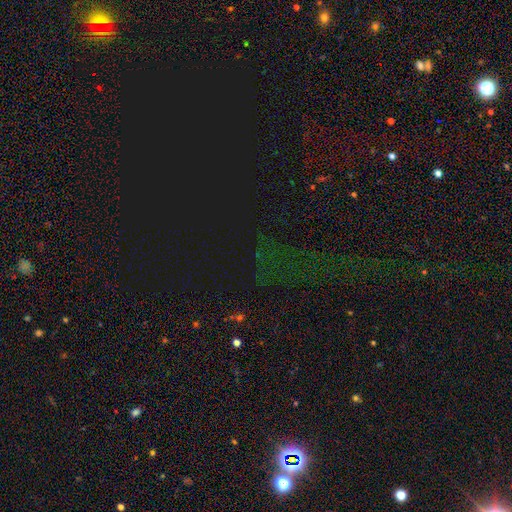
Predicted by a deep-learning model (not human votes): star or artifact 79%, smooth 13%, featured or disk 8%.